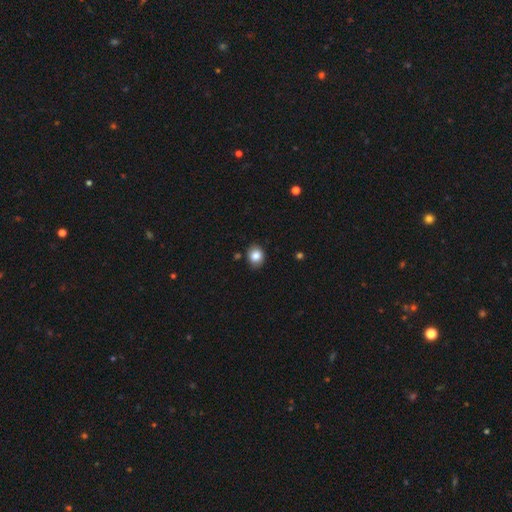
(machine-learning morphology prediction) The model was most divided on "how rounded": round: 55%, in between: 44%, cigar-shaped: 1%. More confident: smooth or featured — smooth (84%); merging — none (84%).